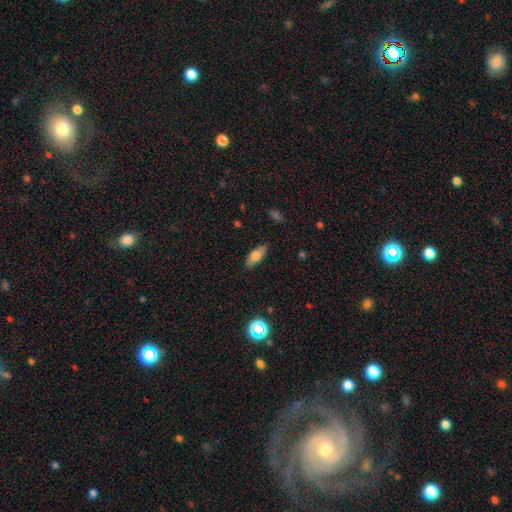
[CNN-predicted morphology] smooth_or_featured: smooth (p=0.73) [alt: featured or disk p=0.19]
how_rounded: in between (p=0.74) [alt: cigar-shaped p=0.24]
merging: none (p=0.87) [alt: minor disturbance p=0.10]